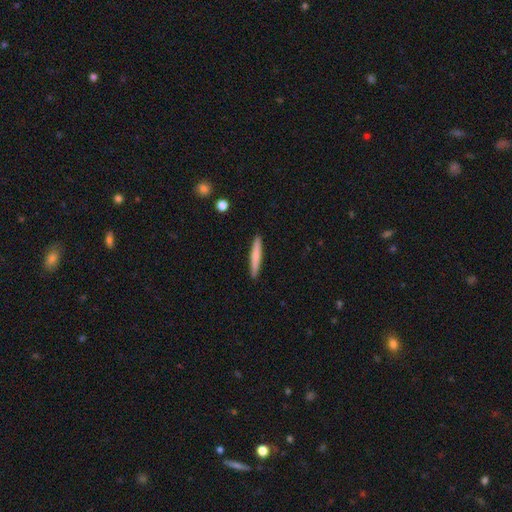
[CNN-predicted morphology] Q: Smooth or featured?
A: smooth (70%); runner-up: featured or disk (24%)
Q: How rounded?
A: cigar-shaped (95%); runner-up: in between (4%)
Q: Merging?
A: none (92%); runner-up: minor disturbance (6%)